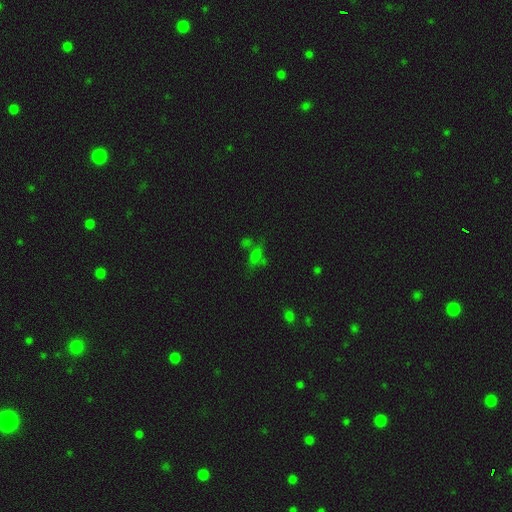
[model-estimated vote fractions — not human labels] Smooth or featured? Predicted: smooth (p=0.51). How rounded? Predicted: in between (p=0.67). Merging? Predicted: none (p=0.48).